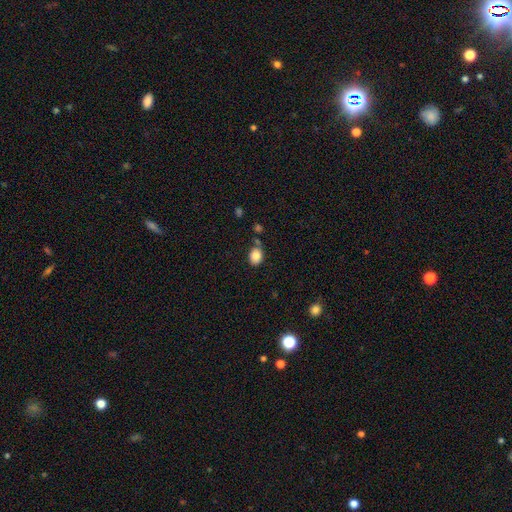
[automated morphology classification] smooth 84%, star or artifact 9%, featured or disk 7%. Down the decision tree: how rounded — in between (62%); merging — none (72%).